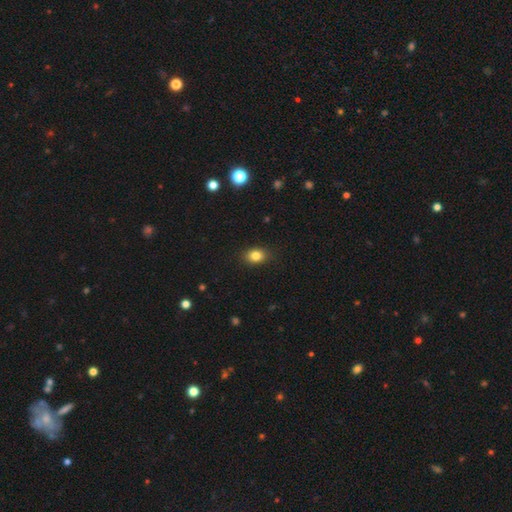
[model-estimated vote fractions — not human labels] The model was most divided on "how rounded": in between: 64%, round: 34%, cigar-shaped: 1%. More confident: merging — none (86%); smooth or featured — smooth (83%).